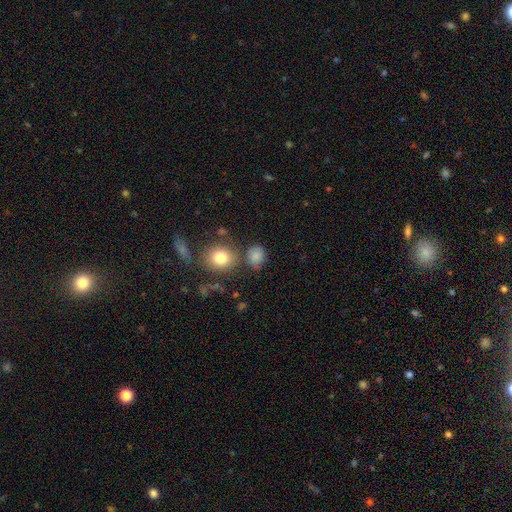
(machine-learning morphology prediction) Smooth or featured? smooth (81%)
How rounded? round (68%)
Merging? none (66%)